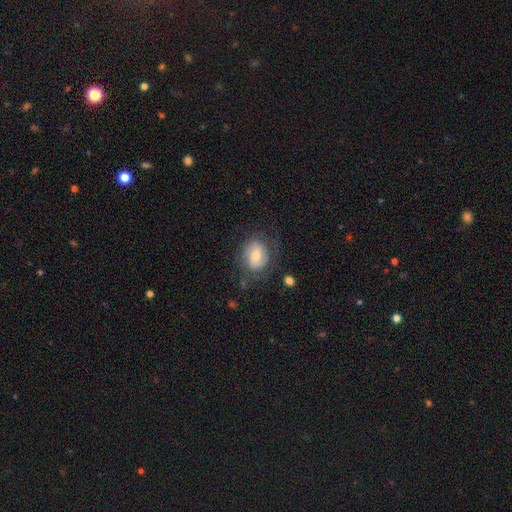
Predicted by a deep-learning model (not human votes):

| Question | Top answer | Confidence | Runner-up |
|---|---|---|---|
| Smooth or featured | smooth | 51% | featured or disk (40%) |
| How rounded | in between | 57% | round (42%) |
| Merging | none | 64% | minor disturbance (21%) |